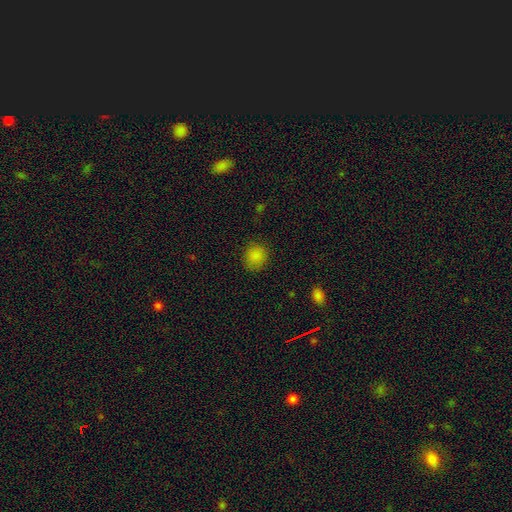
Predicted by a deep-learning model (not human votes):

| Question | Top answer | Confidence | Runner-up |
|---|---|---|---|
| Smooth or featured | smooth | 85% | star or artifact (12%) |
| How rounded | round | 80% | in between (19%) |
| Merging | none | 85% | minor disturbance (11%) |